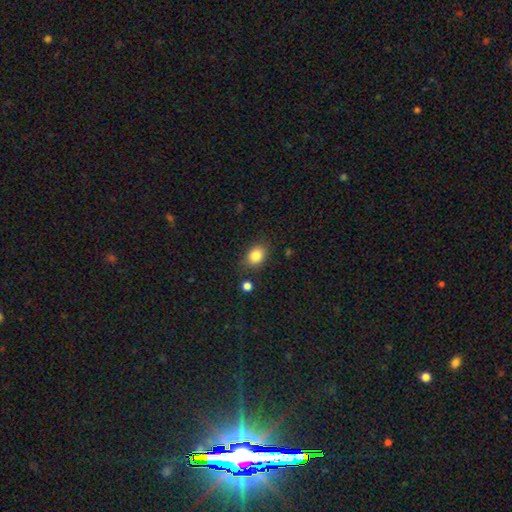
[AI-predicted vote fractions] Overall: smooth (84%). How rounded: in between (68%; round 31%). Merging: none (79%).